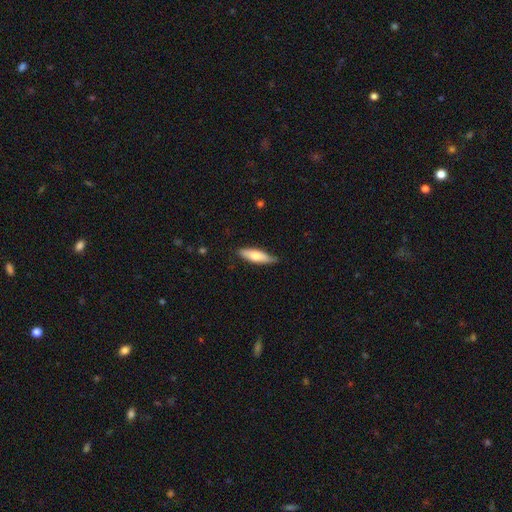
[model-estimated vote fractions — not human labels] This appears to be a smooth galaxy with no disk features (68%) that is cigar-shaped (57%). Merging: none (77%).